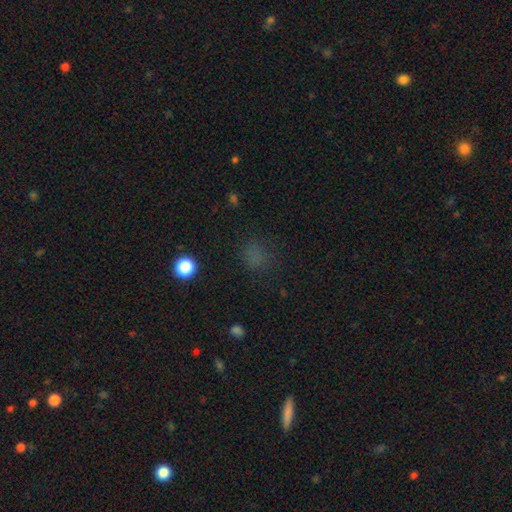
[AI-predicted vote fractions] smooth_or_featured: smooth (p=0.64) [alt: star or artifact p=0.29]
how_rounded: round (p=0.71) [alt: in between p=0.27]
merging: none (p=0.75) [alt: minor disturbance p=0.14]